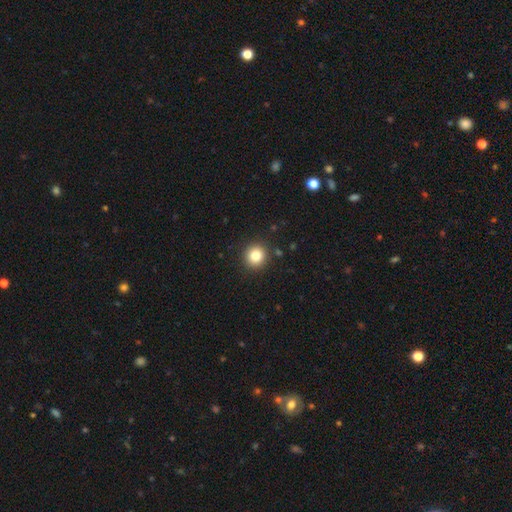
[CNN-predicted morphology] This appears to be a smooth galaxy with no disk features (82%) that is round (92%). Merging: none (91%).